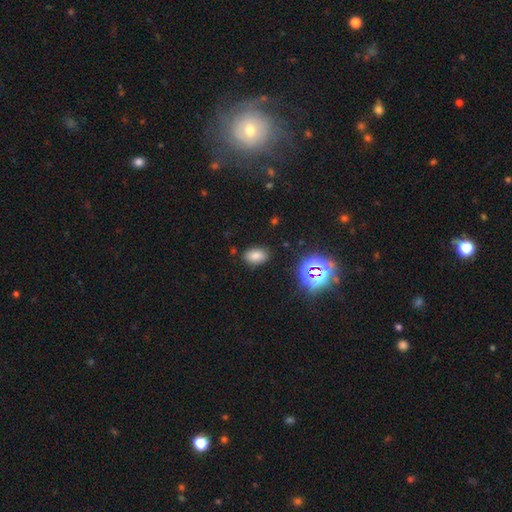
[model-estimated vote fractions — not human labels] Smooth or featured? Predicted: smooth (p=0.75). How rounded? Predicted: in between (p=0.86). Merging? Predicted: none (p=0.85).